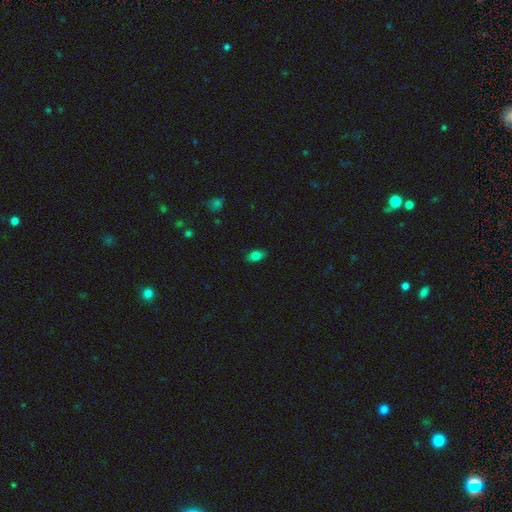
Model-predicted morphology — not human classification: type=smooth (80%); roundness=in between (87%); merging=none (84%).